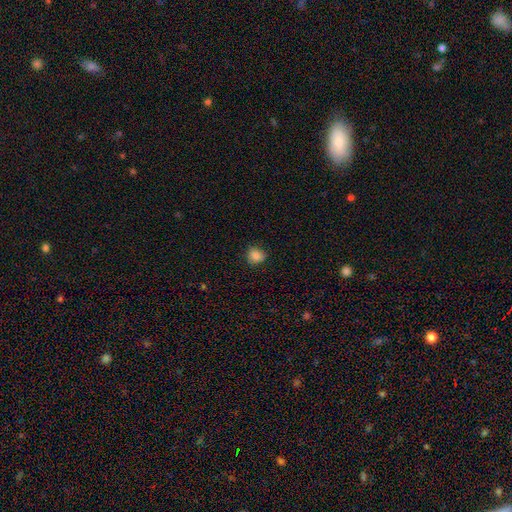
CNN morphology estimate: smooth_or_featured: smooth (p=0.84) [alt: star or artifact p=0.10]
how_rounded: round (p=0.76) [alt: in between p=0.23]
merging: none (p=0.80) [alt: minor disturbance p=0.16]